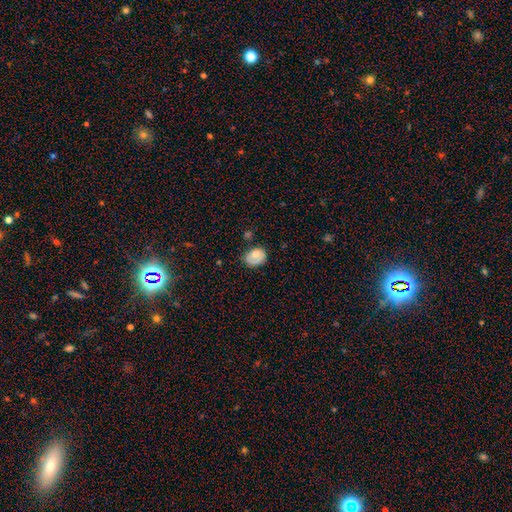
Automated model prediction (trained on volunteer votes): A smooth galaxy with no disk features (69%) that is in between round and cigar-shaped (65%). Merging: none (54%).